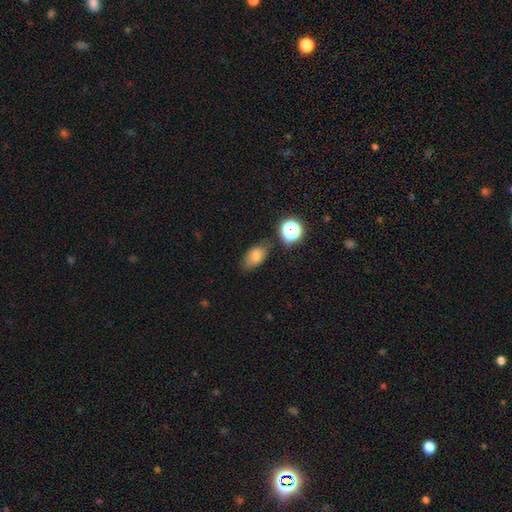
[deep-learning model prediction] The model was most divided on "merging": none: 70%, minor disturbance: 20%, major disturbance: 5%, merger: 4%. More confident: how rounded — in between (85%); smooth or featured — smooth (76%).